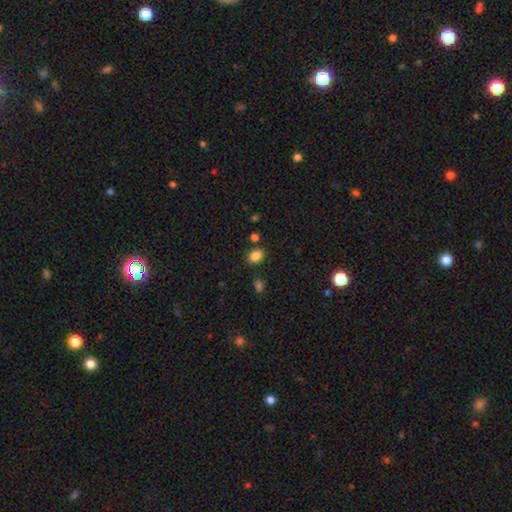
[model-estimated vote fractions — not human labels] The model was most divided on "how rounded": in between: 65%, round: 34%, cigar-shaped: 1%. More confident: smooth or featured — smooth (84%); merging — none (80%).